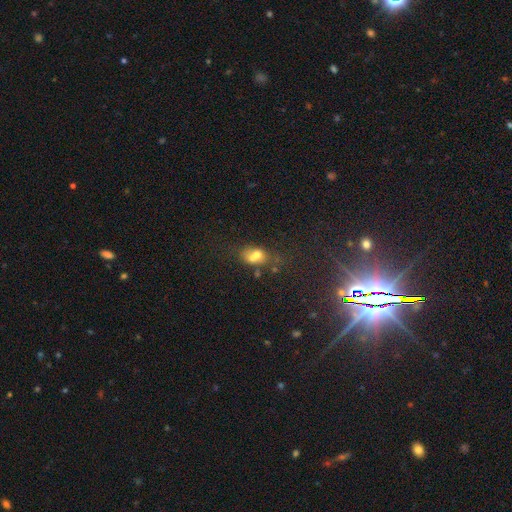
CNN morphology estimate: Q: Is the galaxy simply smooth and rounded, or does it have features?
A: smooth — 61%.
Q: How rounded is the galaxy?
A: in between — 52%.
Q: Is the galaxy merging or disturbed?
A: merger — 58%.